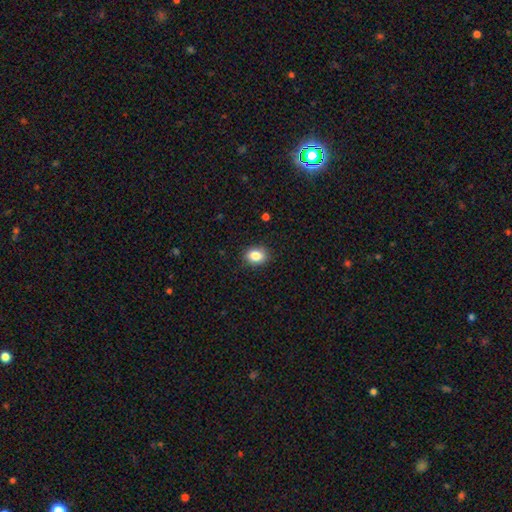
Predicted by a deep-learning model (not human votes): smooth-or-featured: smooth: 85% | star or artifact: 9% | featured or disk: 6%
  how-rounded: in between: 60% | round: 39% | cigar-shaped: 1%
  merging: none: 88% | minor disturbance: 9% | major disturbance: 2% | merger: 1%